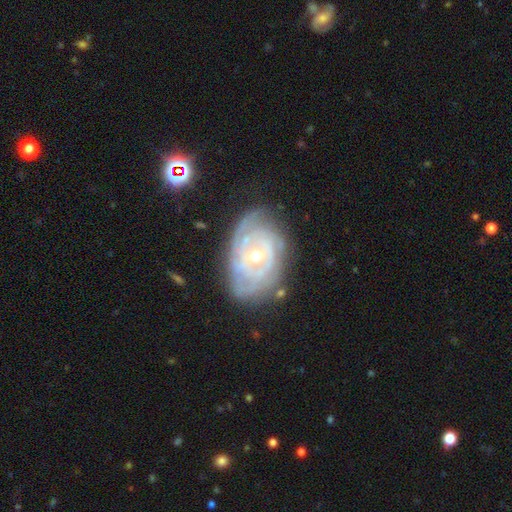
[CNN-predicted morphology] Smooth or featured? Predicted: featured or disk (p=0.85). Edge-on disk? Predicted: no (p=0.96). Bar? Predicted: no (p=0.71). Spiral arms? Predicted: yes (p=0.93). Spiral winding? Predicted: tight (p=0.76). Spiral arm count? Predicted: can't tell (p=0.38). Bulge size? Predicted: small (p=0.49). Merging? Predicted: none (p=0.70).